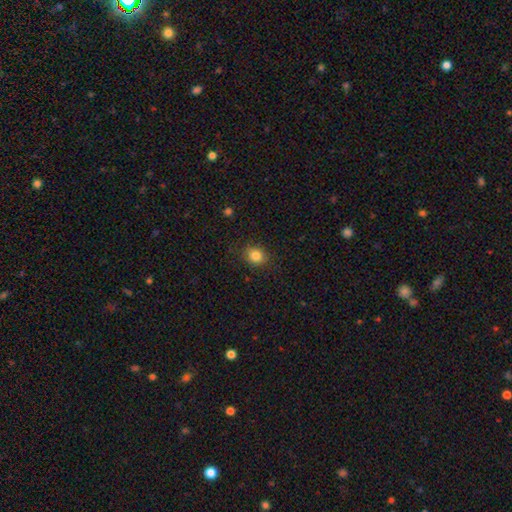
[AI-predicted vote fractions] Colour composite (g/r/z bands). It shows a smooth galaxy with no disk features (84%) that is round (65%). Merging: none (87%).